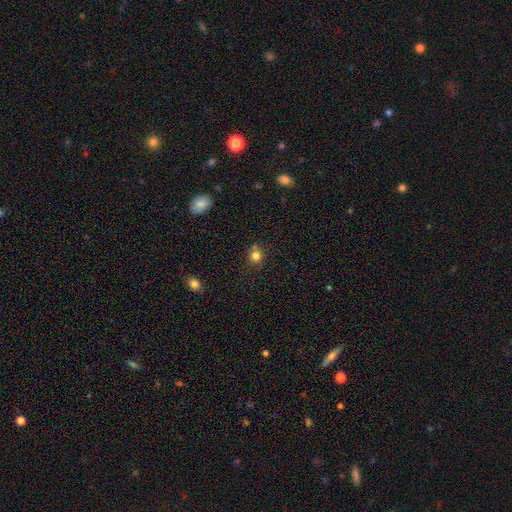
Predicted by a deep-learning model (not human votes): Smooth or featured: smooth — 81% (star or artifact — 13%)
How rounded: round — 85% (in between — 14%)
Merging: none — 71% (minor disturbance — 13%)